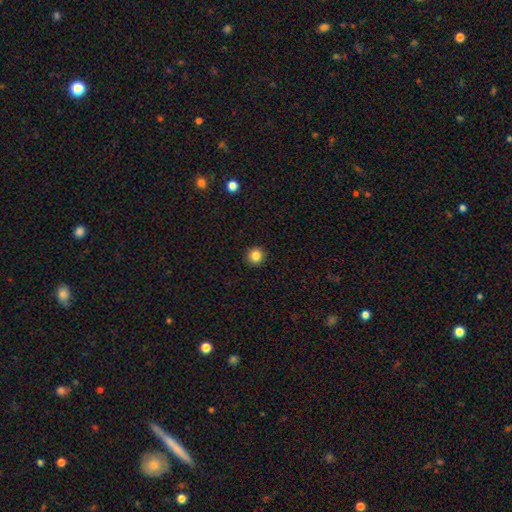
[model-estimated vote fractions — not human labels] Morphology: type=smooth (84%); roundness=round (94%); merging=none (93%).